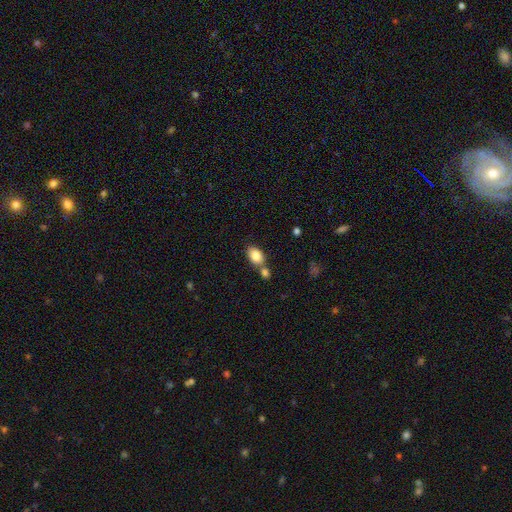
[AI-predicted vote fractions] Smooth or featured?
  - smooth: 84% *
  - featured or disk: 8%
  - star or artifact: 8%
How rounded?
  - in between: 86% *
  - round: 12%
  - cigar-shaped: 1%
Merging?
  - none: 52% *
  - merger: 34%
  - minor disturbance: 11%
  - major disturbance: 3%